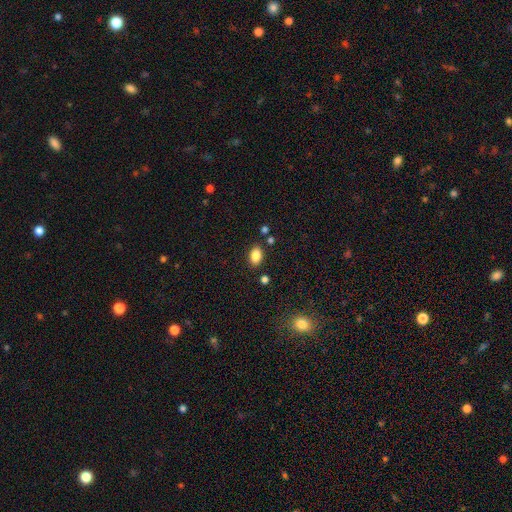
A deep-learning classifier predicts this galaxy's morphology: This is clearly a smooth galaxy (86%). How rounded: clearly in between (87%). Merging: clearly none (83%).